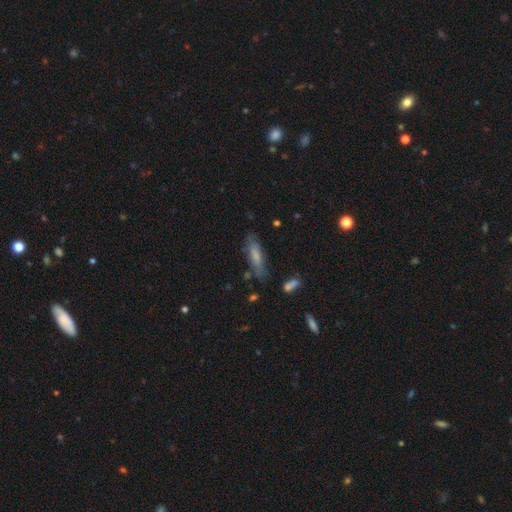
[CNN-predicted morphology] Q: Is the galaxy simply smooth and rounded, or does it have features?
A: smooth — 64%.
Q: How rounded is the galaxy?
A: cigar-shaped — 64%.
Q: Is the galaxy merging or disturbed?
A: none — 71%.